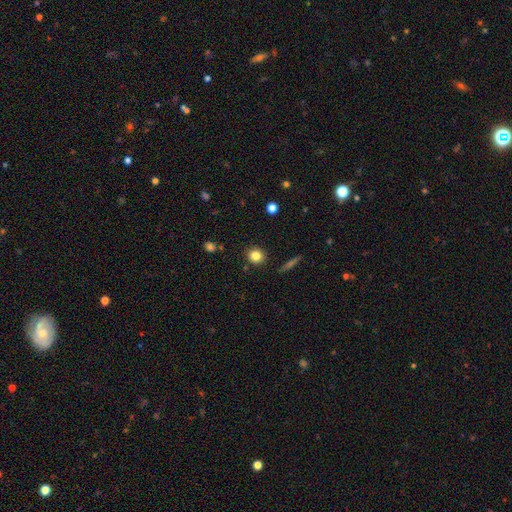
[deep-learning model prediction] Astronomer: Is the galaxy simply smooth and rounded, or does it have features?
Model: smooth — 83%.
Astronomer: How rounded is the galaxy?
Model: round — 87%.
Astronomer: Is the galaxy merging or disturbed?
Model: none — 89%.